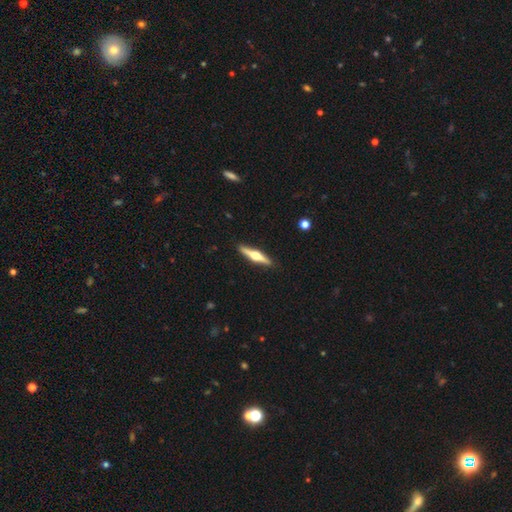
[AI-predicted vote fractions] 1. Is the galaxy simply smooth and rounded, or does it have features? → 69% featured or disk, 26% smooth, 5% star or artifact.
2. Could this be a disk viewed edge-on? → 97% yes, 3% no.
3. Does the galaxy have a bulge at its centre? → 95% rounded, 3% boxy, 2% none.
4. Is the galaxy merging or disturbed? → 91% none, 7% minor disturbance, 1% major disturbance, 1% merger.